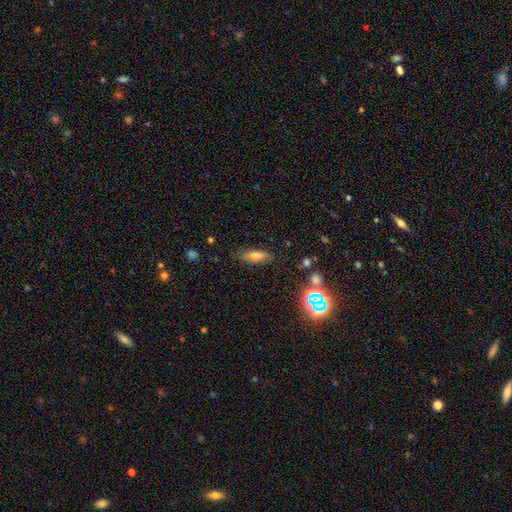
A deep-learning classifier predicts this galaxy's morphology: Smooth or featured?
  - smooth: 64% *
  - featured or disk: 23%
  - star or artifact: 13%
How rounded?
  - in between: 53% *
  - cigar-shaped: 43%
  - round: 4%
Merging?
  - none: 82% *
  - minor disturbance: 13%
  - major disturbance: 3%
  - merger: 2%